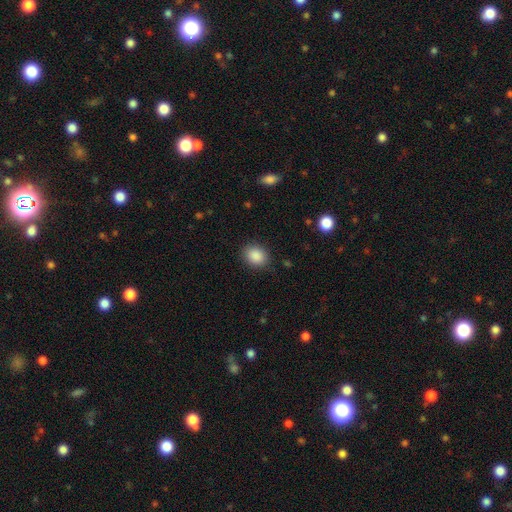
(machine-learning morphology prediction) Smooth or featured: smooth — 88% (star or artifact — 8%)
How rounded: in between — 53% (round — 46%)
Merging: none — 86% (minor disturbance — 10%)